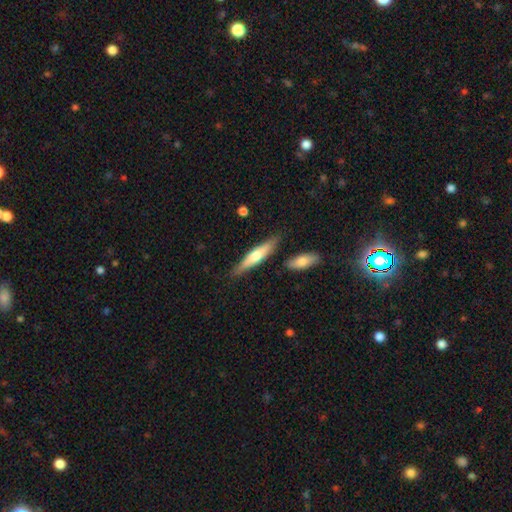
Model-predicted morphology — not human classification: smooth-or-featured: smooth: 53% | featured or disk: 42% | star or artifact: 5%
  how-rounded: cigar-shaped: 79% | in between: 19% | round: 2%
  merging: none: 81% | minor disturbance: 12% | merger: 5% | major disturbance: 2%